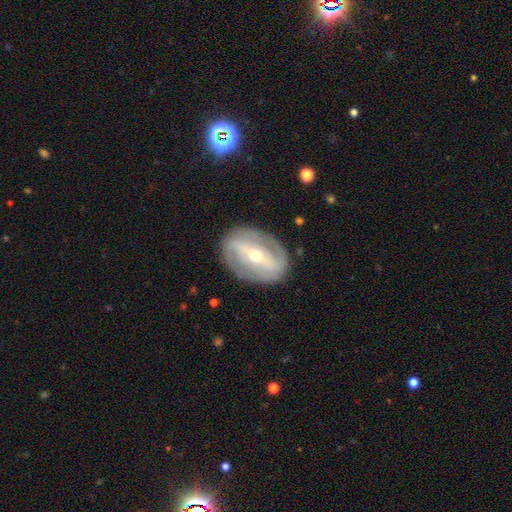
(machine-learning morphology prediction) A featured or disk galaxy (78%) with a strong bar (55%), 2 (70%) tight (44%) spiral arms (72%) and a small central bulge (50%). Merging: none (83%).